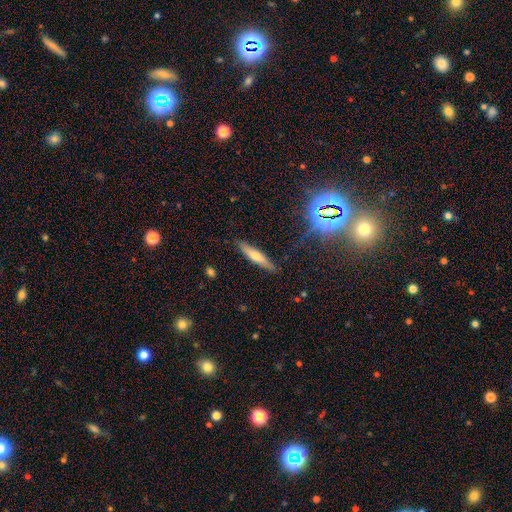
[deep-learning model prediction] Smooth or featured: smooth — 50% (featured or disk — 39%)
Merging: none — 87% (minor disturbance — 9%)